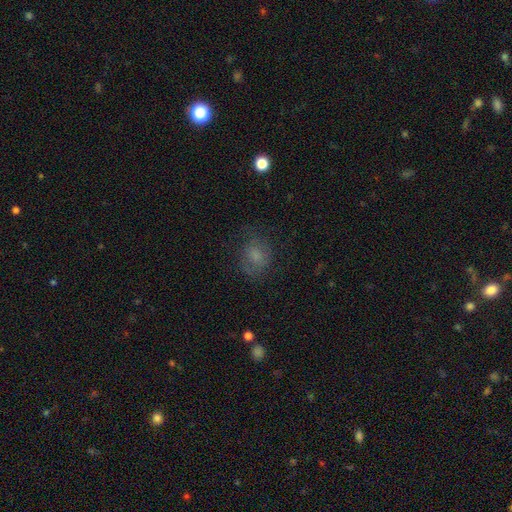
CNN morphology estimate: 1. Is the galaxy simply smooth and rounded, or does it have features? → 62% smooth, 22% featured or disk, 16% star or artifact.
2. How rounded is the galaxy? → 60% round, 38% in between, 1% cigar-shaped.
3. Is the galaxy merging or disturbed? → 64% none, 20% minor disturbance, 14% major disturbance, 2% merger.